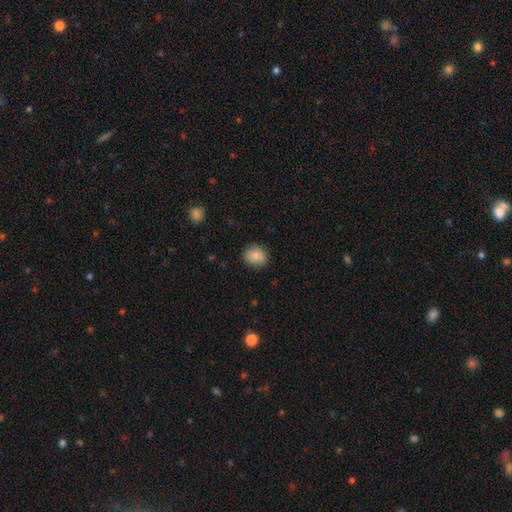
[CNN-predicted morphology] This is clearly a smooth galaxy (84%). How rounded: likely round (67%). Merging: clearly none (85%).